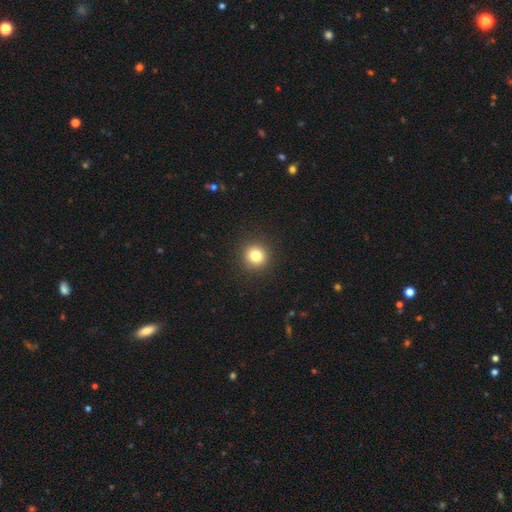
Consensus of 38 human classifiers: This appears to be a smooth galaxy with no disk features (87%) that is round (97%). Merging: none (94%).